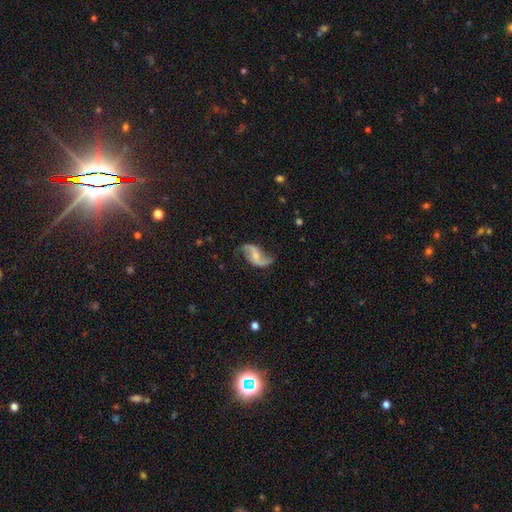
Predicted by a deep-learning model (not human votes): Smooth or featured? featured or disk (85%)
Edge-on disk? no (97%)
Bar? weak (42%)
Spiral arms? yes (95%)
Spiral winding? loose (81%)
Spiral arm count? 2 (93%)
Bulge size? small (52%)
Merging? none (72%)